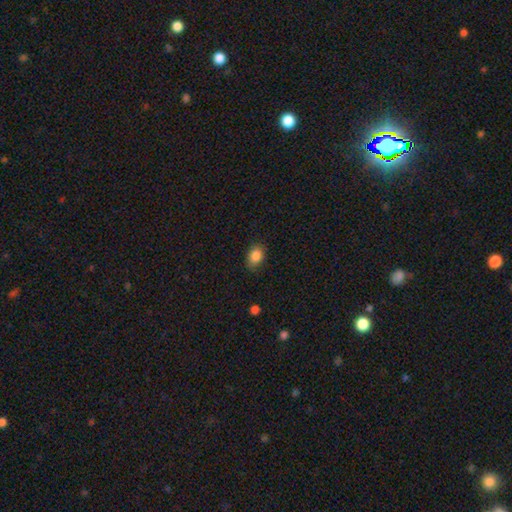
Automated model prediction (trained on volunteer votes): The model was most divided on "how rounded": in between: 71%, round: 28%, cigar-shaped: 1%. More confident: smooth or featured — smooth (86%); merging — none (82%).